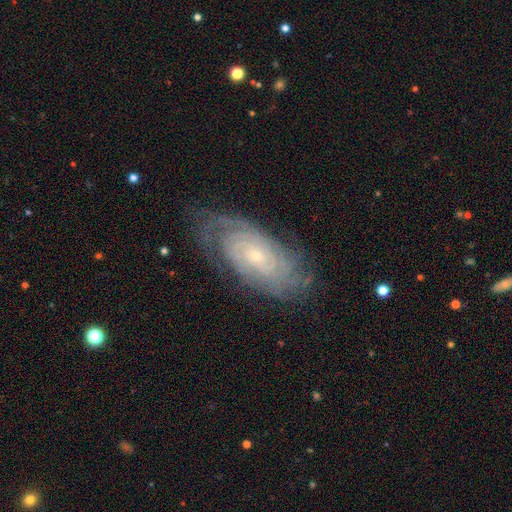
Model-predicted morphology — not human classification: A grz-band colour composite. It shows a featured or disk galaxy (85%) with no bar (76%), tight (80%) spiral arms (96%) and a small central bulge (80%). Merging: none (77%).